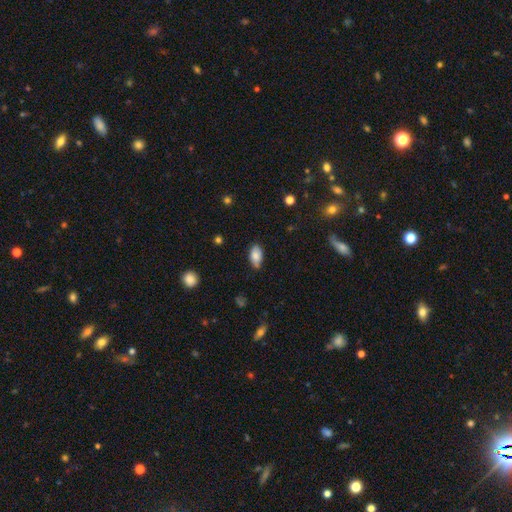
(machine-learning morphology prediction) Q: Smooth or featured?
A: smooth (83%); runner-up: featured or disk (10%)
Q: How rounded?
A: in between (93%); runner-up: round (4%)
Q: Merging?
A: none (75%); runner-up: minor disturbance (21%)